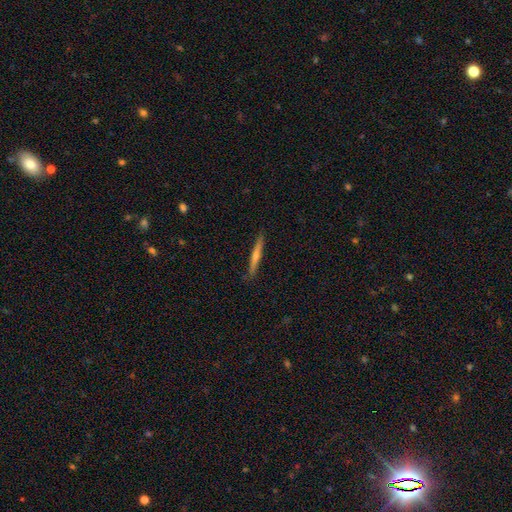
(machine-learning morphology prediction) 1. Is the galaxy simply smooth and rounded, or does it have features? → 64% featured or disk, 29% smooth, 7% star or artifact.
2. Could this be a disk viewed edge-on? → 97% yes, 3% no.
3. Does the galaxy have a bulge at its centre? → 69% rounded, 26% none, 5% boxy.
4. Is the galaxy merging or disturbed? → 90% none, 7% minor disturbance, 1% major disturbance, 1% merger.